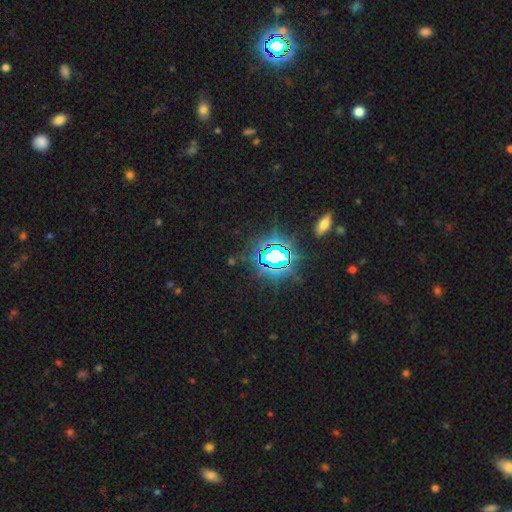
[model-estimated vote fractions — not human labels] This appears to be a star or artifact, not a galaxy (81%).